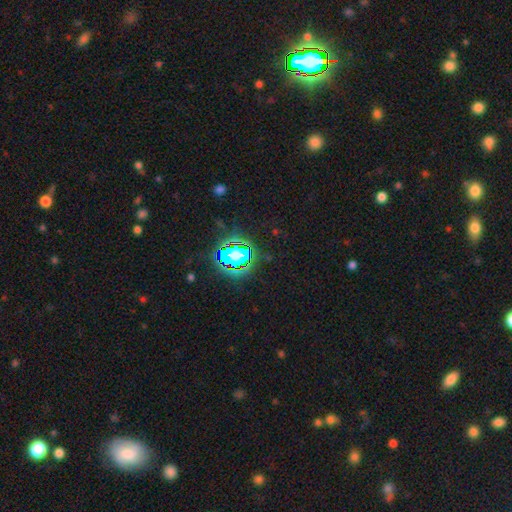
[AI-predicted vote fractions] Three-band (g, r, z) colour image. It shows a star or artifact, not a galaxy (82%).